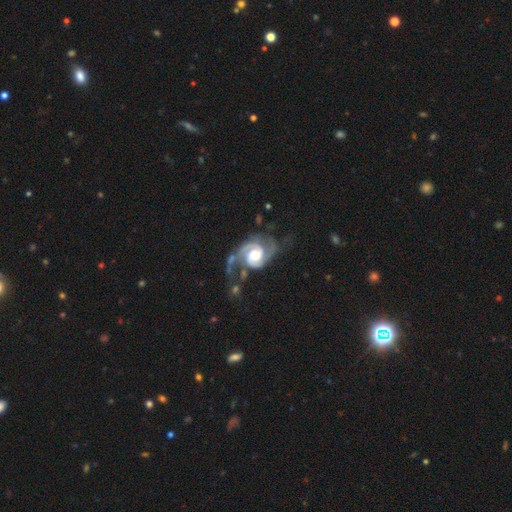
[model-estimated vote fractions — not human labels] featured or disk 90%, smooth 6%, star or artifact 4%. Down the decision tree: edge-on disk — no (98%); bar — no (59%); spiral arms — yes (97%); spiral arm count — 2 (84%); spiral winding — medium (48%); bulge size — moderate (46%); merging — none (42%).